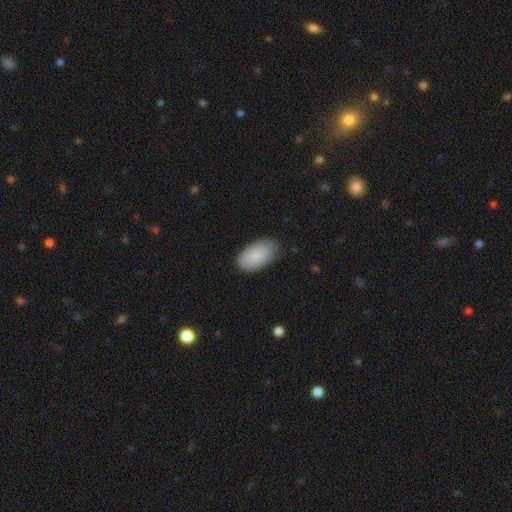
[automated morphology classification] Smooth or featured?
  - smooth: 88% *
  - star or artifact: 6%
  - featured or disk: 6%
How rounded?
  - in between: 95% *
  - round: 3%
  - cigar-shaped: 2%
Merging?
  - none: 80% *
  - minor disturbance: 16%
  - major disturbance: 3%
  - merger: 1%